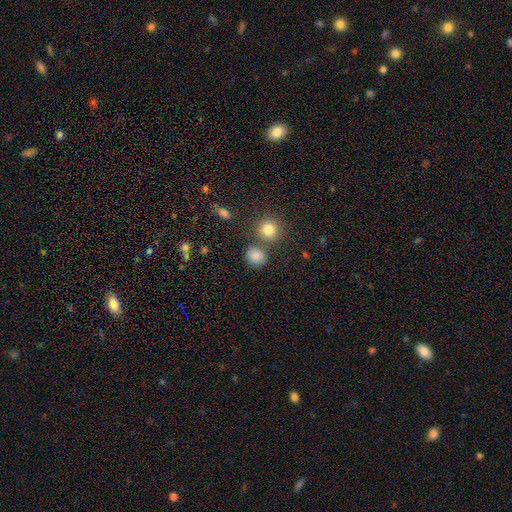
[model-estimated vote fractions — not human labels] Smooth or featured?
  - smooth: 83% *
  - star or artifact: 12%
  - featured or disk: 5%
How rounded?
  - round: 82% *
  - in between: 17%
  - cigar-shaped: 1%
Merging?
  - none: 74% *
  - merger: 12%
  - minor disturbance: 11%
  - major disturbance: 4%